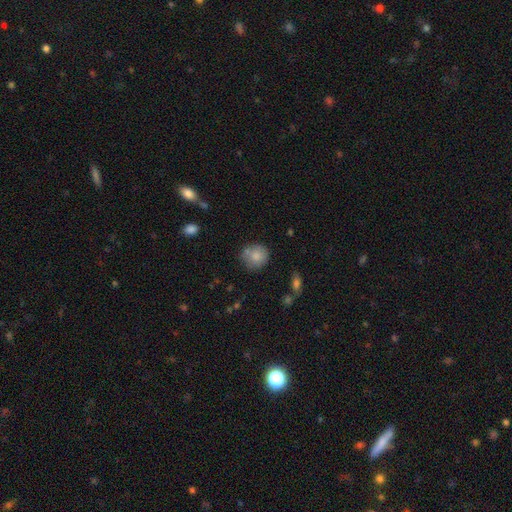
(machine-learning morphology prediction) Smooth or featured: smooth — 82% (featured or disk — 10%)
How rounded: round — 84% (in between — 15%)
Merging: none — 66% (minor disturbance — 19%)